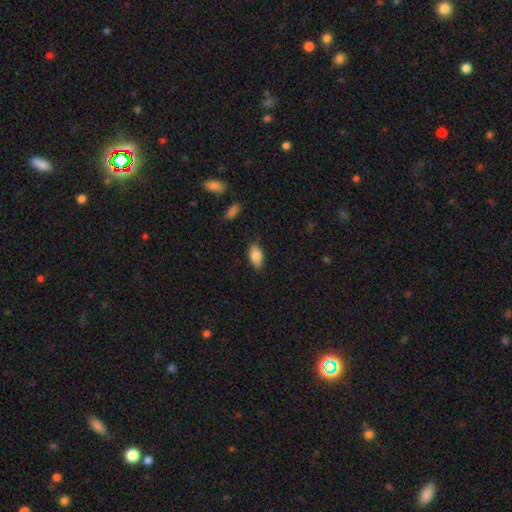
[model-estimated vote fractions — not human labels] Morphology: type=smooth (84%); roundness=in between (91%); merging=none (84%).